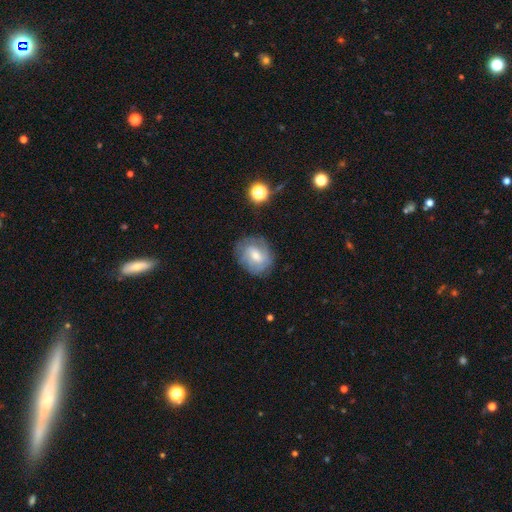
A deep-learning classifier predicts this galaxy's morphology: type=featured or disk (47%); merging=none (73%).